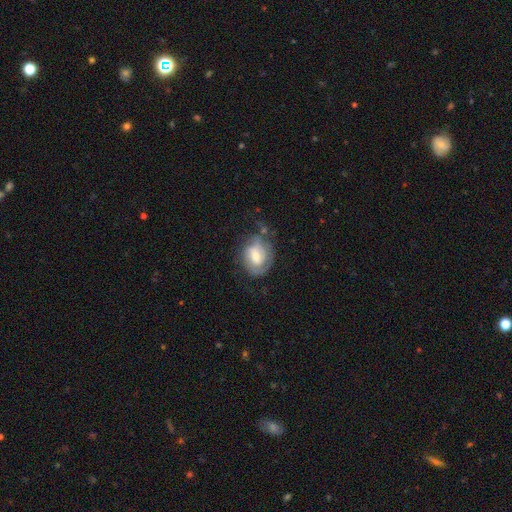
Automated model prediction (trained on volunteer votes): Smooth or featured: featured or disk — 60% (smooth — 33%)
Edge-on disk: no — 96% (yes — 4%)
Bar: weak — 49% (no — 37%)
Spiral arms: yes — 82% (no — 18%)
Bulge size: moderate — 52% (small — 24%)
Merging: none — 51% (minor disturbance — 27%)